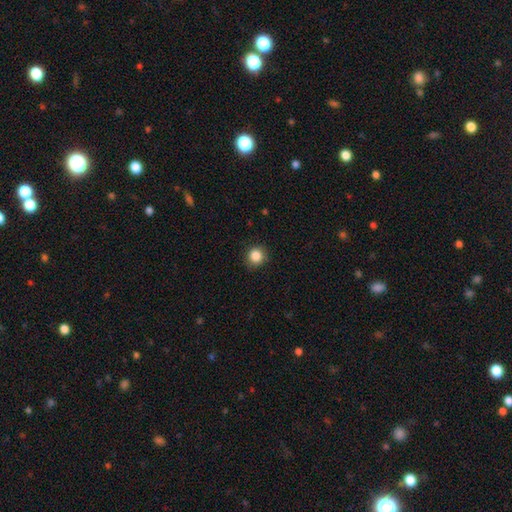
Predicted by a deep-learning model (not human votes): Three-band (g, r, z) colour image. It shows a smooth galaxy with no disk features (86%) that is round (90%). Merging: none (88%).